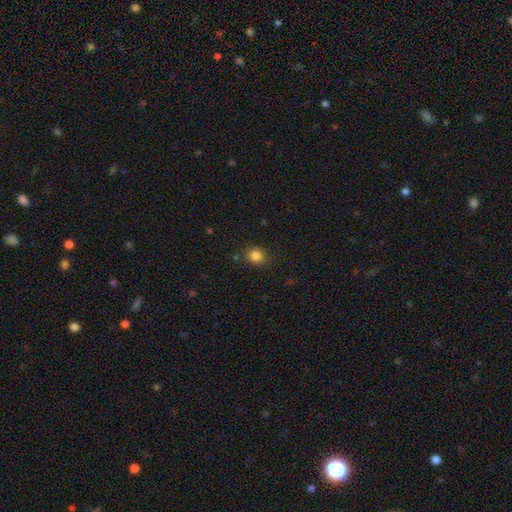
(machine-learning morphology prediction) Smooth or featured? Predicted: smooth (p=0.84). How rounded? Predicted: round (p=0.80). Merging? Predicted: none (p=0.84).